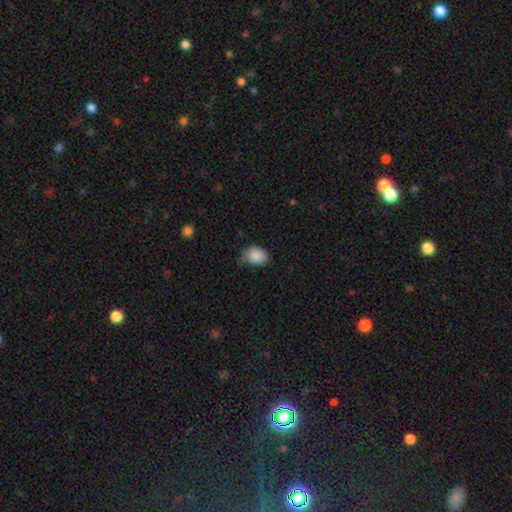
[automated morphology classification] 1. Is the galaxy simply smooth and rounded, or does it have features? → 87% smooth, 8% star or artifact, 5% featured or disk.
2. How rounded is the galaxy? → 58% in between, 41% round, 1% cigar-shaped.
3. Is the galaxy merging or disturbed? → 52% none, 38% minor disturbance, 8% major disturbance, 2% merger.